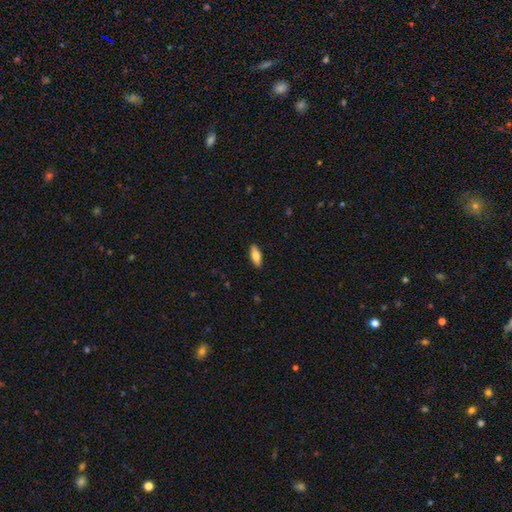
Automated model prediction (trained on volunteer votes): Morphology: type=smooth (74%); roundness=in between (70%); merging=none (89%).